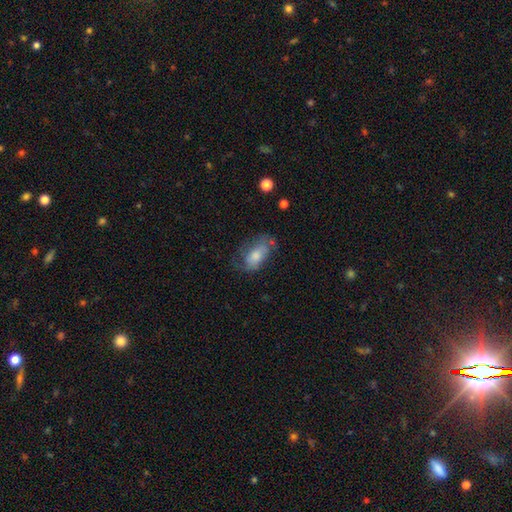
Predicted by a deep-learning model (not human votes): Smooth or featured? smooth (61%)
How rounded? in between (91%)
Merging? none (44%)